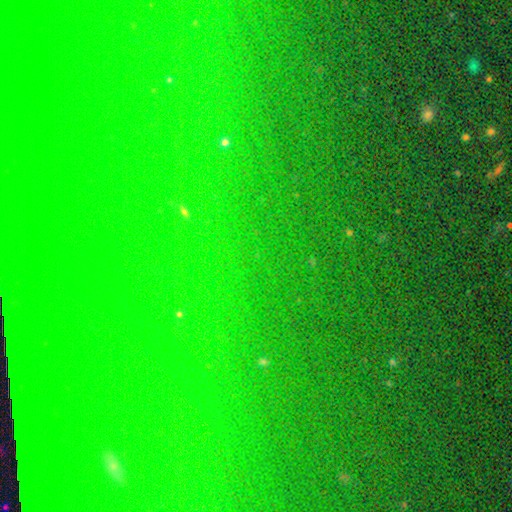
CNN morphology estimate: A star or artifact, not a galaxy (79%).

Vote fractions:
- Smooth or featured? star or artifact: 79% / smooth: 13% / featured or disk: 9%